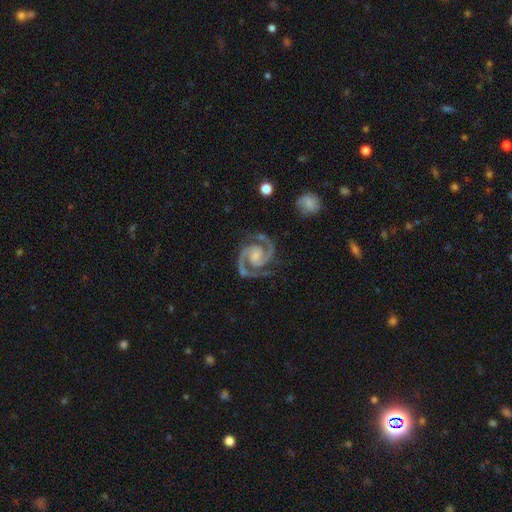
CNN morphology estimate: This appears to be a featured or disk galaxy (94%) with no bar (56%), 2 (95%) medium (56%) spiral arms (99%) and a small central bulge (44%). Merging: none (81%).